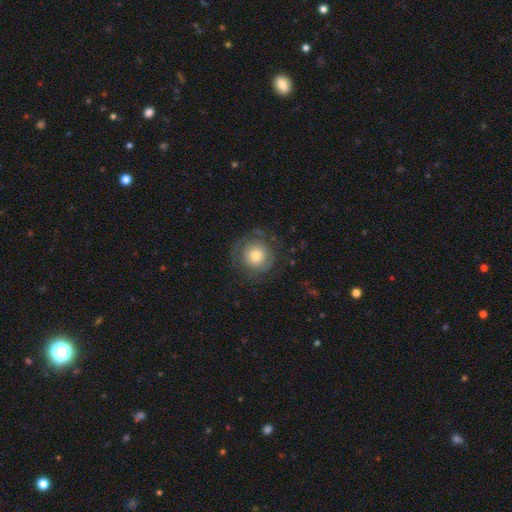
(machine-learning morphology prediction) A smooth galaxy with no disk features (52%) that is round (93%).

Vote fractions:
- Smooth or featured? smooth: 52% / featured or disk: 40% / star or artifact: 8%
- How rounded? round: 93% / in between: 6% / cigar-shaped: 1%
- Merging? none: 74% / minor disturbance: 15% / major disturbance: 10% / merger: 1%